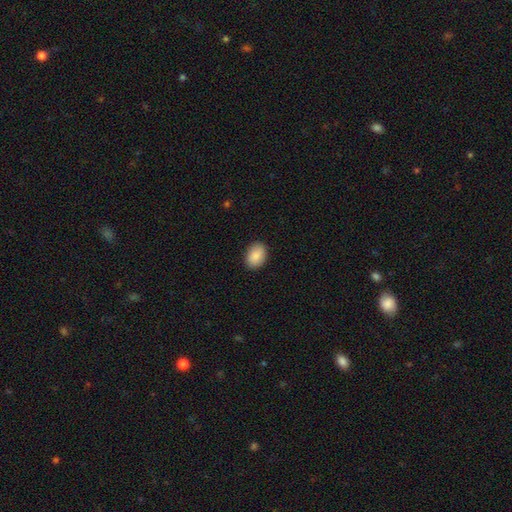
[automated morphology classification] This is clearly a smooth galaxy (89%). How rounded: likely in between (77%). Merging: clearly none (89%).